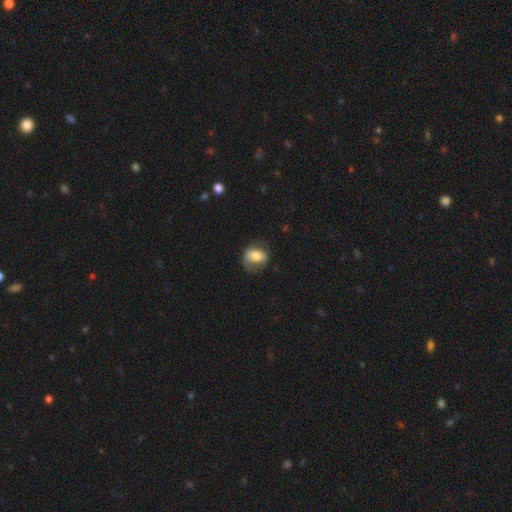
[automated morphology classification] This appears to be a smooth galaxy with no disk features (64%) that is in between round and cigar-shaped (65%). Merging: none (51%).